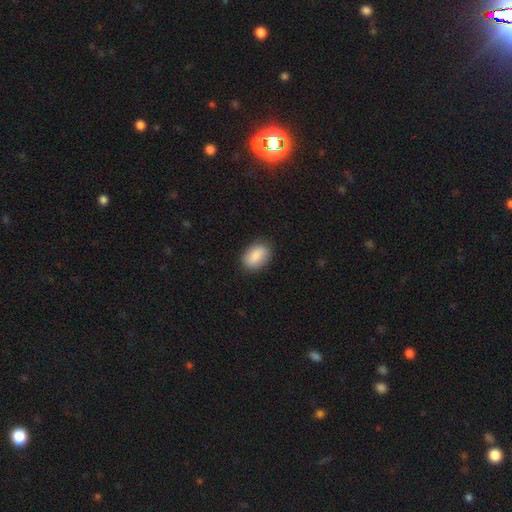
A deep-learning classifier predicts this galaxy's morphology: smooth-or-featured: smooth: 88% | star or artifact: 6% | featured or disk: 6%
  how-rounded: in between: 87% | round: 11% | cigar-shaped: 2%
  merging: none: 85% | minor disturbance: 11% | major disturbance: 3% | merger: 1%